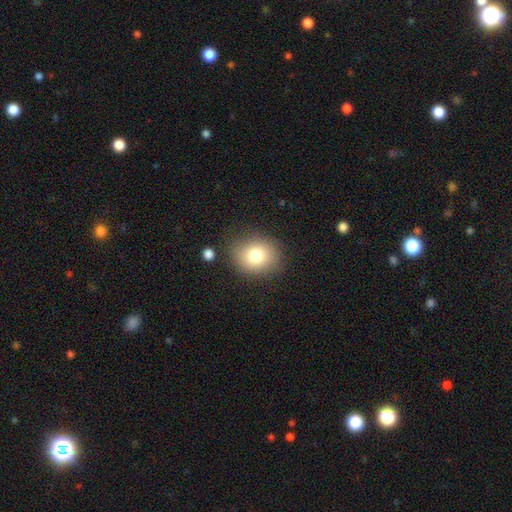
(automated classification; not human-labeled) smooth-or-featured: smooth: 79% | star or artifact: 11% | featured or disk: 10%
  how-rounded: round: 63% | in between: 36% | cigar-shaped: 1%
  merging: none: 82% | minor disturbance: 11% | major disturbance: 4% | merger: 2%